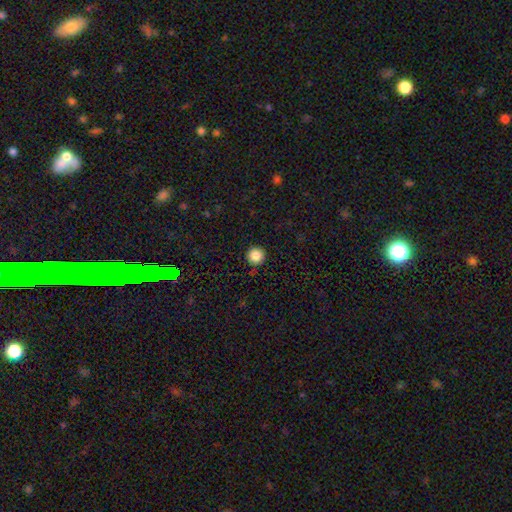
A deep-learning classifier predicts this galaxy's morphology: Smooth or featured: smooth — 86% (star or artifact — 10%)
How rounded: round — 96% (in between — 3%)
Merging: none — 92% (minor disturbance — 5%)